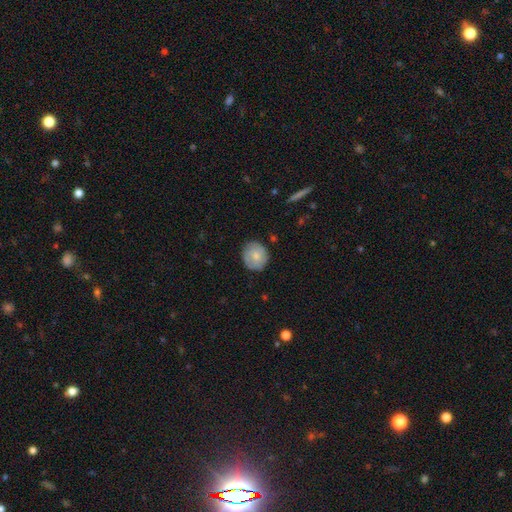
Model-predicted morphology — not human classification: Smooth or featured? Predicted: smooth (p=0.65). How rounded? Predicted: round (p=0.83). Merging? Predicted: none (p=0.79).